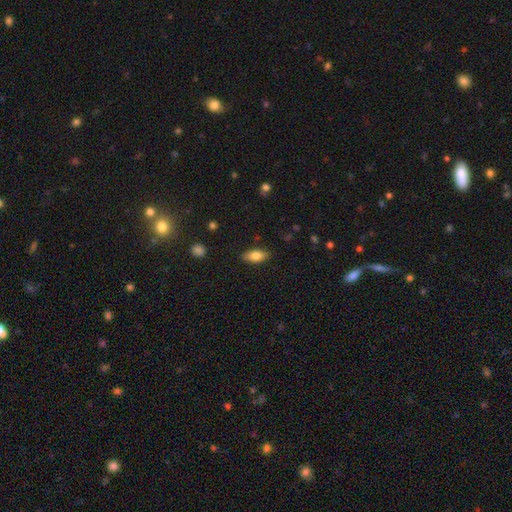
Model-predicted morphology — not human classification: Overall: smooth (77%). How rounded: in between (83%). Merging: none (86%).